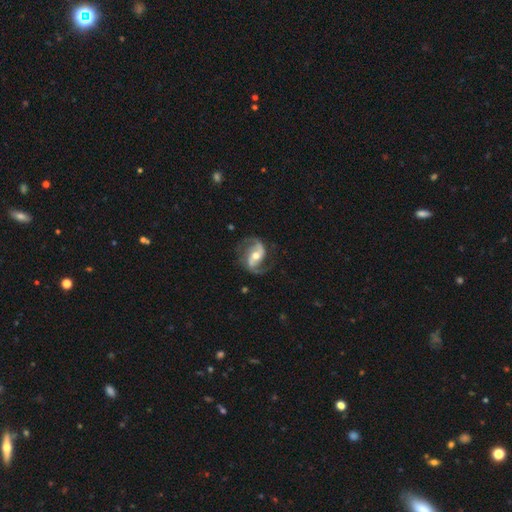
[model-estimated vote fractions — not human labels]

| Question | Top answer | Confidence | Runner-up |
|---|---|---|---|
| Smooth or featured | featured or disk | 88% | smooth (7%) |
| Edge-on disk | no | 97% | yes (3%) |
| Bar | weak | 37% | strong (33%) |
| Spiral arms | yes | 96% | no (4%) |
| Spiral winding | medium | 46% | loose (41%) |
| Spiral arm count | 2 | 92% | 1 (3%) |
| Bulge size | moderate | 69% | small (23%) |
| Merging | none | 73% | minor disturbance (16%) |